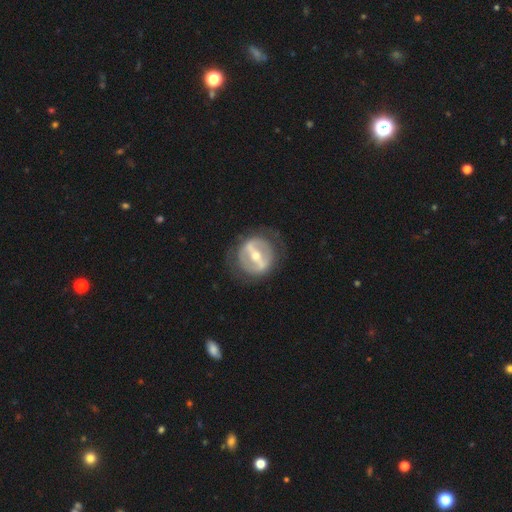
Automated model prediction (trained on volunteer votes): A featured or disk galaxy (79%) with a strong bar (75%), no spiral arms (63%) and a moderate central bulge (59%).

Vote fractions:
- Smooth or featured? featured or disk: 79% / smooth: 15% / star or artifact: 6%
- Edge-on disk? no: 90% / yes: 10%
- Bar? strong: 75% / weak: 18% / no: 7%
- Spiral arms? no: 63% / yes: 37%
- Bulge size? moderate: 59% / small: 35% / large: 4% / none: 1% / dominant: 1%
- Merging? none: 76% / minor disturbance: 13% / major disturbance: 9% / merger: 1%